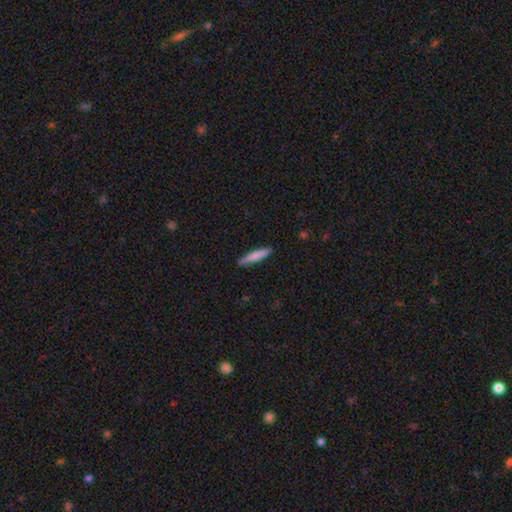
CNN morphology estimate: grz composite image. It shows a smooth galaxy with no disk features (80%) that is cigar-shaped (89%). Merging: none (87%).